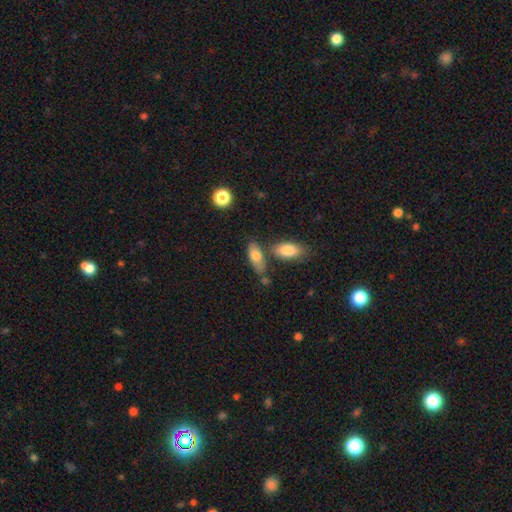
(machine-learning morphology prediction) Q: Smooth or featured?
A: smooth (76%); runner-up: featured or disk (17%)
Q: How rounded?
A: in between (82%); runner-up: cigar-shaped (14%)
Q: Merging?
A: none (58%); runner-up: merger (20%)